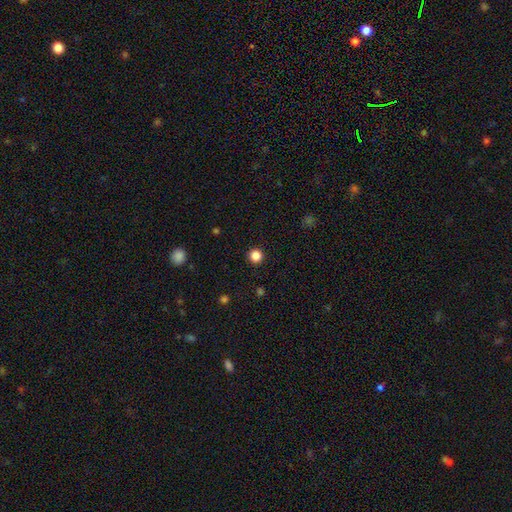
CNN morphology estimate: smooth-or-featured: smooth: 84% | star or artifact: 12% | featured or disk: 3%
  how-rounded: round: 96% | in between: 3% | cigar-shaped: 1%
  merging: none: 93% | minor disturbance: 4% | major disturbance: 2% | merger: 1%